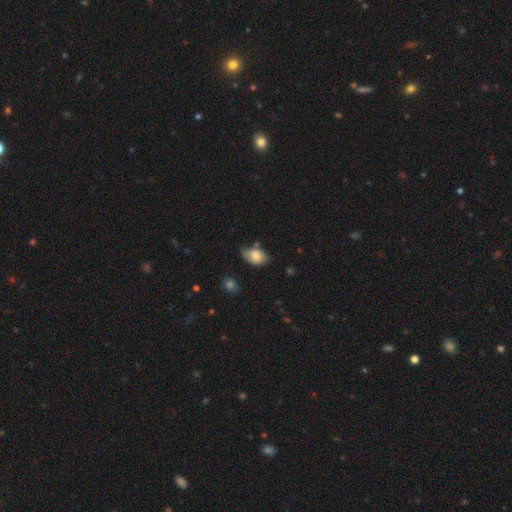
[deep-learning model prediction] Overall: smooth (73%). How rounded: in between (91%). Merging: none (51%; minor disturbance 35%).